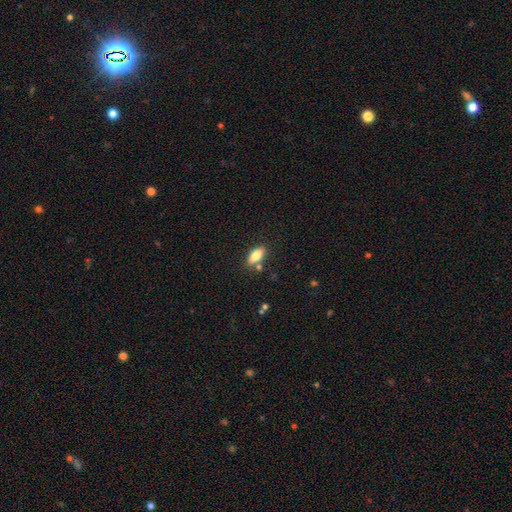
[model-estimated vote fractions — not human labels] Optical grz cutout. It shows a smooth galaxy with no disk features (74%) that is in between round and cigar-shaped (81%). Merging: none (76%).